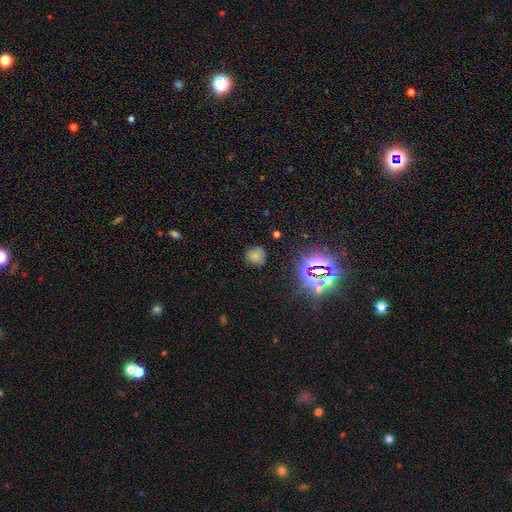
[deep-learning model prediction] Smooth or featured? smooth (66%)
How rounded? round (80%)
Merging? none (77%)